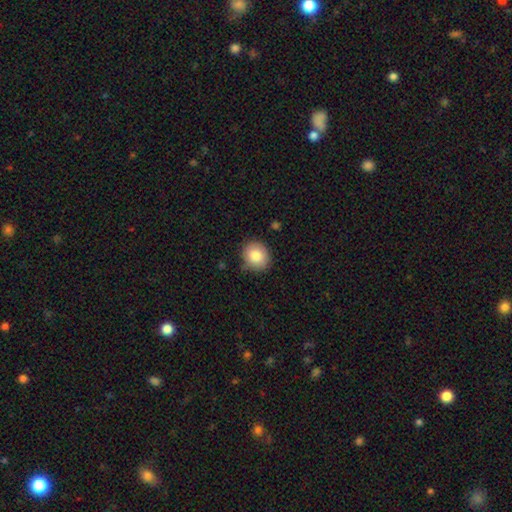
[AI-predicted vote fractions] A smooth galaxy with no disk features (84%) that is round (74%).

Vote fractions:
- Smooth or featured? smooth: 84% / star or artifact: 8% / featured or disk: 8%
- How rounded? round: 74% / in between: 25% / cigar-shaped: 1%
- Merging? none: 81% / minor disturbance: 14% / major disturbance: 3% / merger: 2%